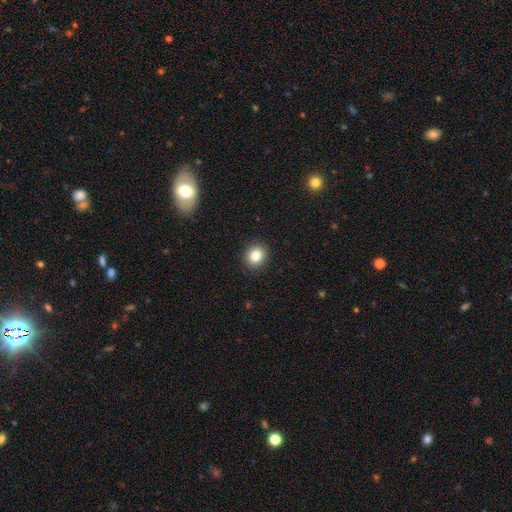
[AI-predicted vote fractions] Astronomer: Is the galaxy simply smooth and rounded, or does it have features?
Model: smooth — 84%.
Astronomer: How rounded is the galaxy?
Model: round — 76%.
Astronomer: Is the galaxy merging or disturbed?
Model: none — 91%.